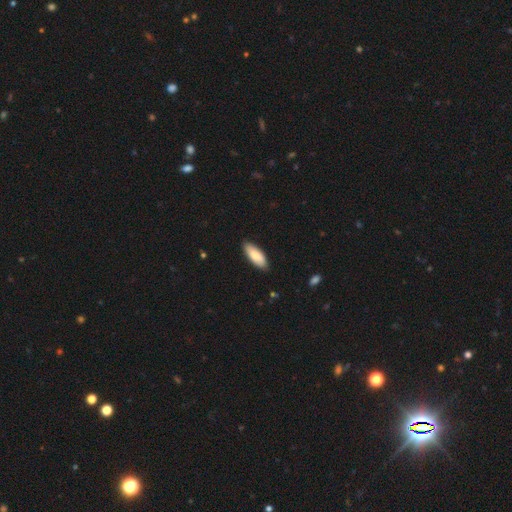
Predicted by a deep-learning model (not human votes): smooth 84%, featured or disk 11%, star or artifact 5%. Down the decision tree: how rounded — in between (76%); merging — none (86%).